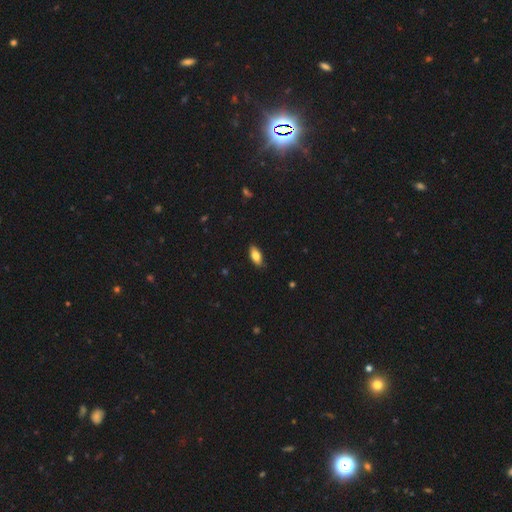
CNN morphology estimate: smooth 78%, featured or disk 16%, star or artifact 7%. Down the decision tree: how rounded — in between (86%); merging — none (86%).